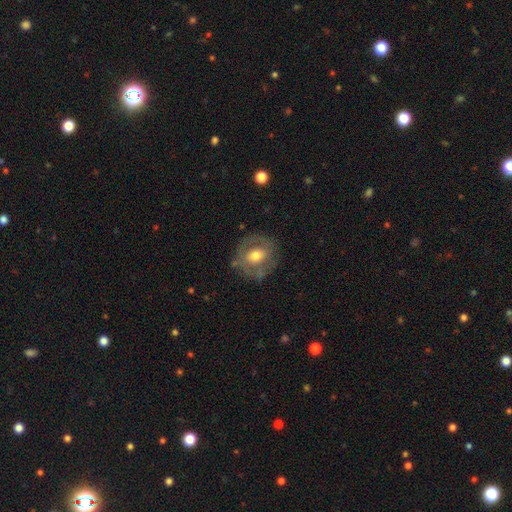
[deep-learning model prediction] smooth-or-featured: smooth: 47% | featured or disk: 46% | star or artifact: 7%
  merging: none: 69% | minor disturbance: 19% | major disturbance: 9% | merger: 2%